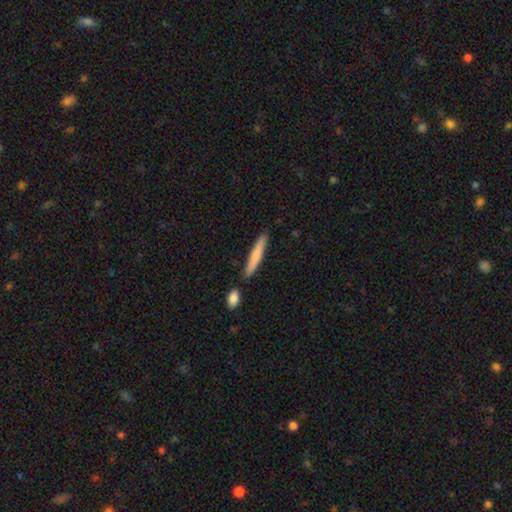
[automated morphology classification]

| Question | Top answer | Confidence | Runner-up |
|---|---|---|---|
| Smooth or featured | smooth | 75% | featured or disk (20%) |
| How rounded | cigar-shaped | 94% | in between (5%) |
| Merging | none | 85% | minor disturbance (9%) |